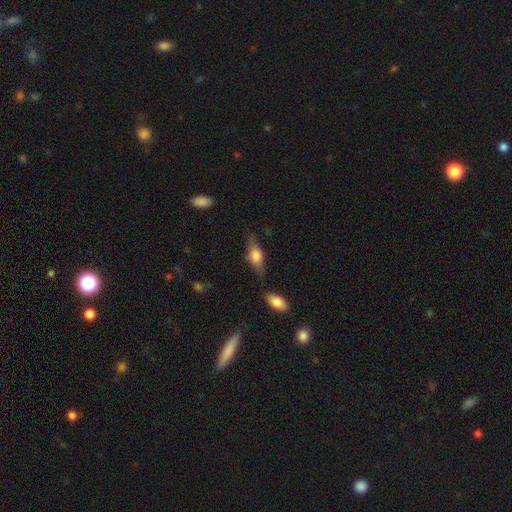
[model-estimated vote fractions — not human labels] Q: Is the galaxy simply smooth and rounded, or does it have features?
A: smooth — 52%.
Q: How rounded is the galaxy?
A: in between — 64%.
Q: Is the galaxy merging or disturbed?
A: none — 68%.